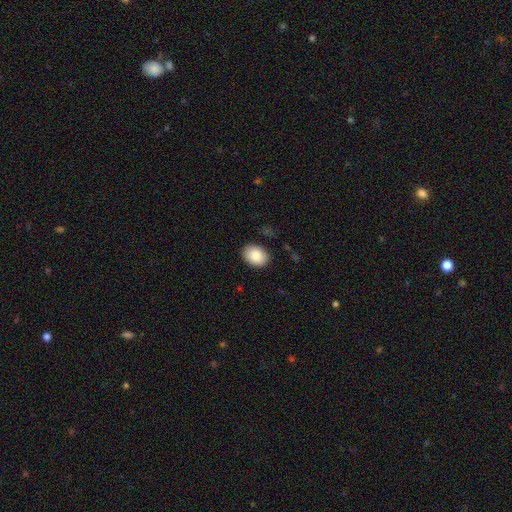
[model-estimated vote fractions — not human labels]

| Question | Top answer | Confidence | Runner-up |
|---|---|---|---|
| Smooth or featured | smooth | 86% | featured or disk (7%) |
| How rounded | in between | 77% | round (22%) |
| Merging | none | 87% | minor disturbance (9%) |